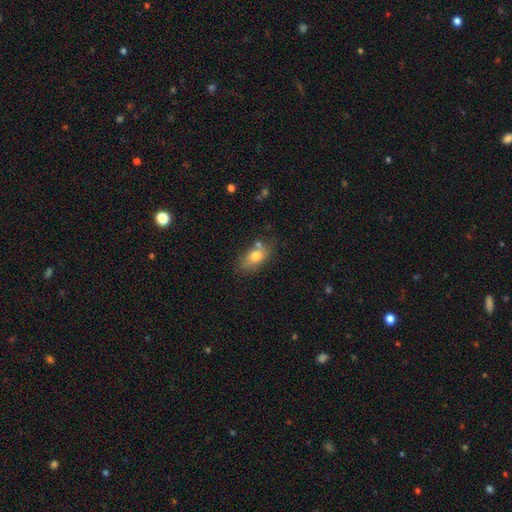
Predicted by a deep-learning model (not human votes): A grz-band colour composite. It shows a smooth galaxy with no disk features (76%) that is in between round and cigar-shaped (84%). Merging: none (64%).